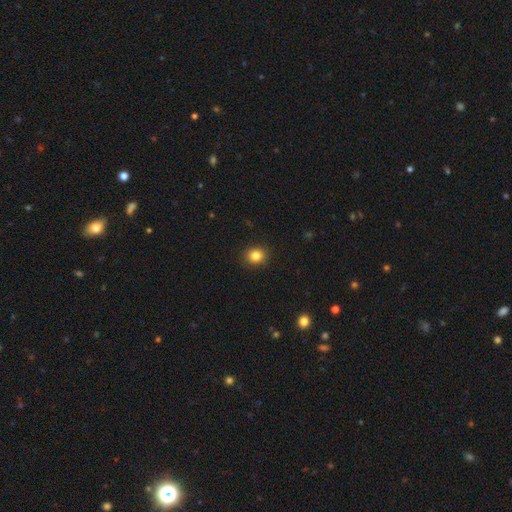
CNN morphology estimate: Smooth or featured? smooth (84%)
How rounded? round (74%)
Merging? none (91%)